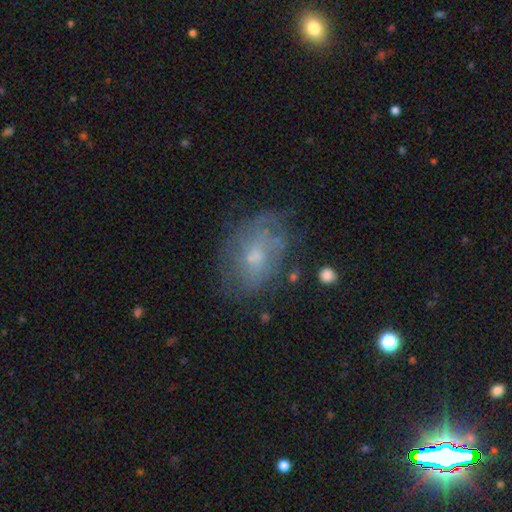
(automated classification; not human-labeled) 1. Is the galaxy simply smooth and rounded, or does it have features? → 55% featured or disk, 35% smooth, 11% star or artifact.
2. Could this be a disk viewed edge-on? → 96% no, 4% yes.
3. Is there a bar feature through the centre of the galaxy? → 75% no, 22% weak, 3% strong.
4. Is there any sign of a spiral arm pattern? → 59% yes, 41% no.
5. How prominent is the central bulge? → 52% small, 39% moderate, 5% none, 2% large, 1% dominant.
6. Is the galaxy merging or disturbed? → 63% none, 23% minor disturbance, 12% major disturbance, 2% merger.